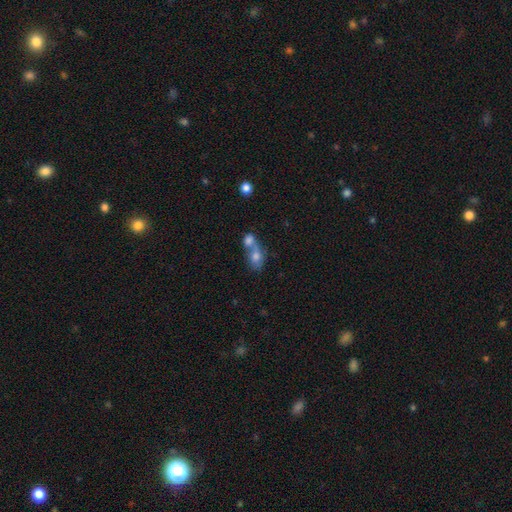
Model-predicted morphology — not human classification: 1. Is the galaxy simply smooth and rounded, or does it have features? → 72% smooth, 18% featured or disk, 9% star or artifact.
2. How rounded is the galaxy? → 68% in between, 29% round, 3% cigar-shaped.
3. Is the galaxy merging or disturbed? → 71% merger, 17% none, 7% minor disturbance, 5% major disturbance.